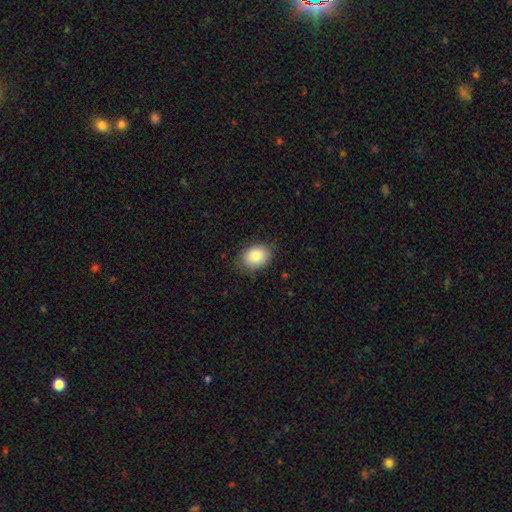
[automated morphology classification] This appears to be a smooth galaxy with no disk features (85%) that is in between round and cigar-shaped (69%). Merging: none (80%).